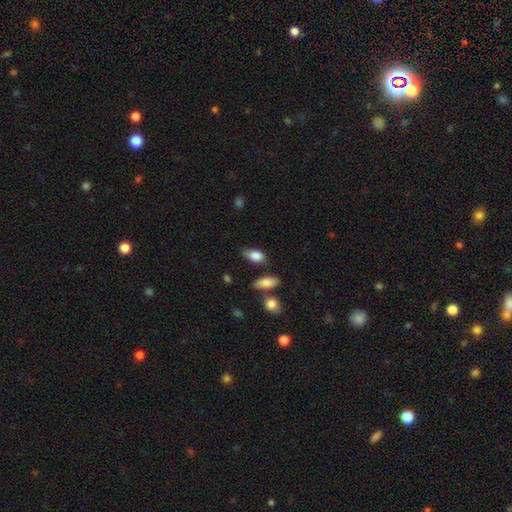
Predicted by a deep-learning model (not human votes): smooth_or_featured: smooth (p=0.83) [alt: featured or disk p=0.09]
how_rounded: in between (p=0.86) [alt: round p=0.09]
merging: none (p=0.58) [alt: minor disturbance p=0.28]